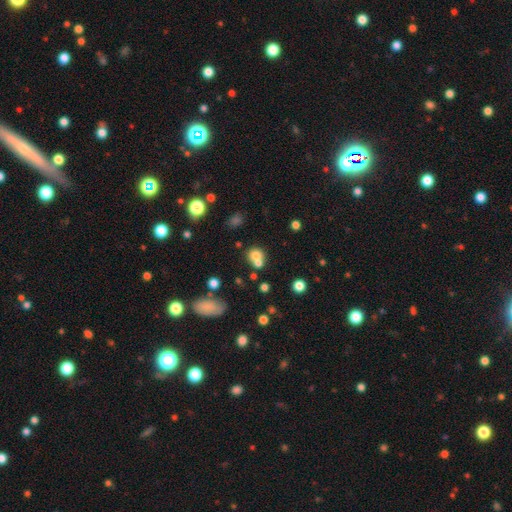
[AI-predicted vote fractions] Morphology: type=smooth (72%); roundness=round (79%); merging=merger (48%).